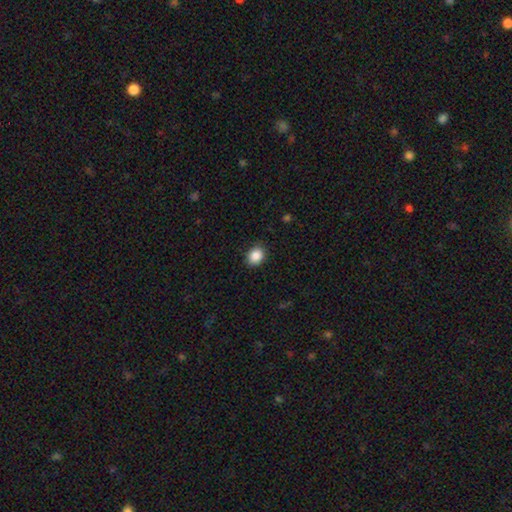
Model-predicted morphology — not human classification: This is clearly a smooth galaxy (87%). How rounded: possibly round (60%). Merging: clearly none (87%).